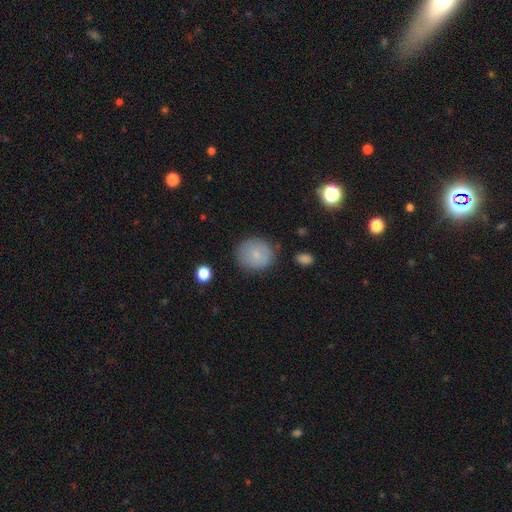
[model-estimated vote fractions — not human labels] A smooth galaxy with no disk features (80%) that is round (81%).

Vote fractions:
- Smooth or featured? smooth: 80% / featured or disk: 12% / star or artifact: 9%
- How rounded? round: 81% / in between: 18% / cigar-shaped: 1%
- Merging? none: 82% / minor disturbance: 13% / major disturbance: 3% / merger: 2%